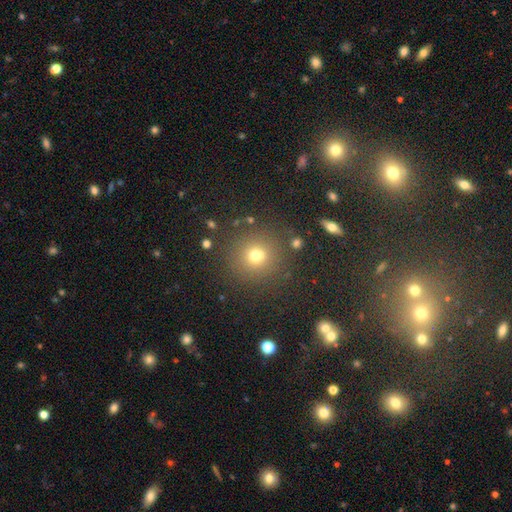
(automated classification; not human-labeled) Morphology: type=smooth (69%); roundness=round (92%); merging=none (77%).